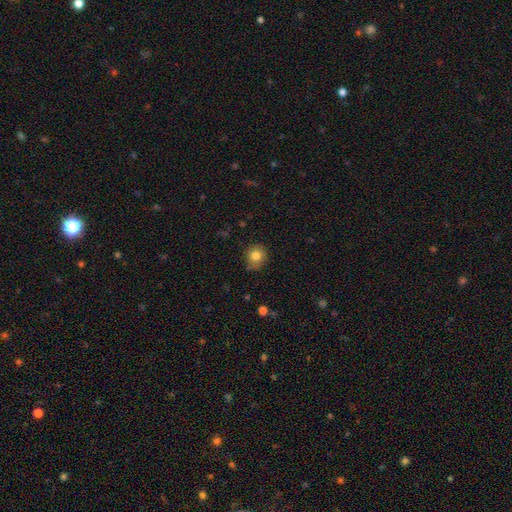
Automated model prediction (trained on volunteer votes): smooth 81%, star or artifact 10%, featured or disk 8%. Down the decision tree: how rounded — round (82%); merging — none (80%).